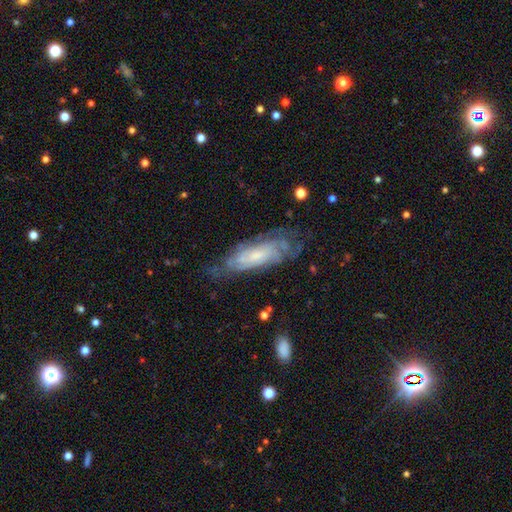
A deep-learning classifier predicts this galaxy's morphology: Smooth or featured? featured or disk (72%)
Edge-on disk? no (85%)
Bar? no (65%)
Spiral arms? yes (87%)
Spiral winding? tight (62%)
Spiral arm count? can't tell (61%)
Bulge size? small (59%)
Merging? none (61%)